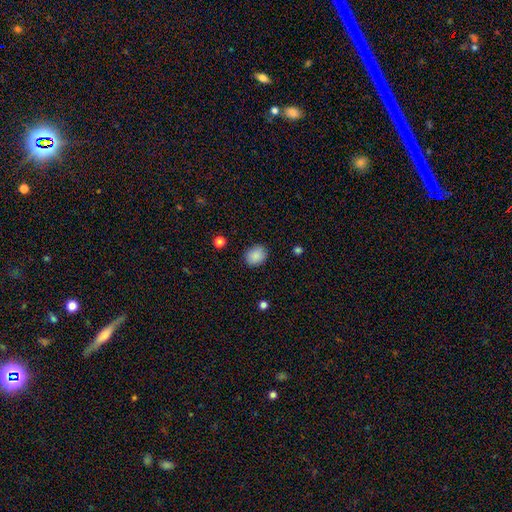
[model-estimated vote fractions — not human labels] Morphology: type=smooth (88%); roundness=round (56%); merging=none (88%).